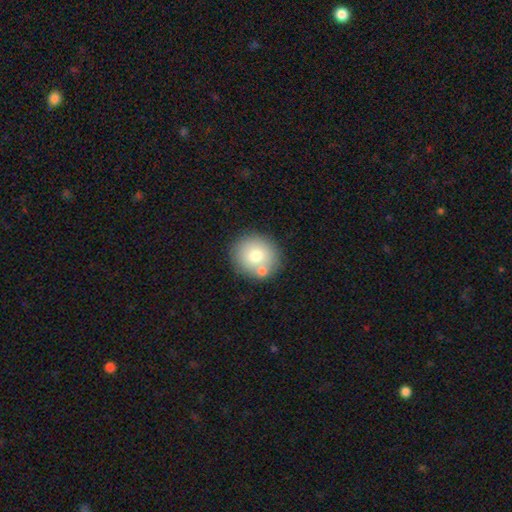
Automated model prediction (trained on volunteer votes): The model was most divided on "smooth or featured": smooth: 74%, featured or disk: 17%, star or artifact: 10%. More confident: how rounded — round (85%); merging — none (72%).